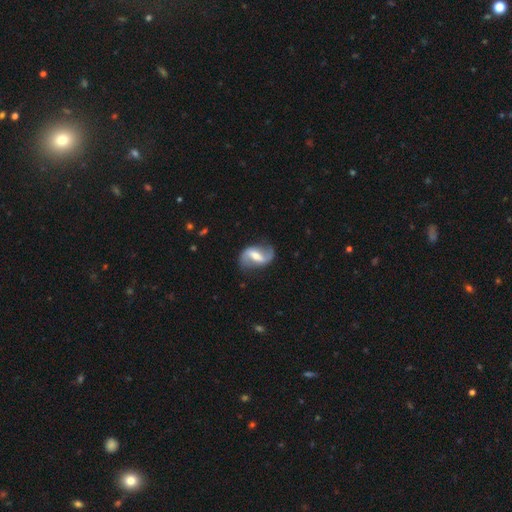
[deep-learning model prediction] Morphology: type=featured or disk (84%); edge-on=no (97%); bar=strong (44%); spiral arms=yes (93%); winding=loose (63%); arm count=2 (92%); bulge=moderate (52%); merging=none (77%).